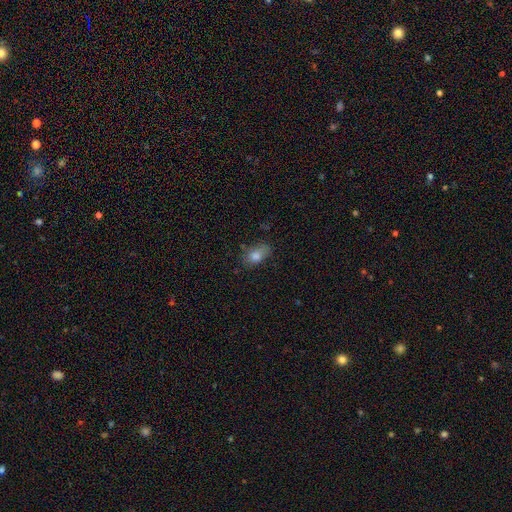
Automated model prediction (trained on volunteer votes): smooth_or_featured: smooth (p=0.79) [alt: star or artifact p=0.11]
how_rounded: in between (p=0.82) [alt: round p=0.14]
merging: none (p=0.65) [alt: minor disturbance p=0.26]